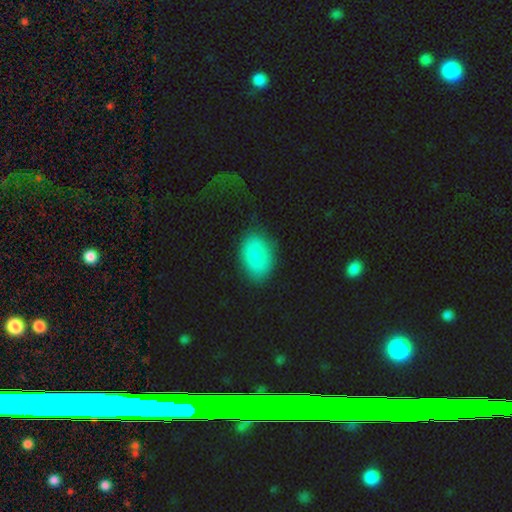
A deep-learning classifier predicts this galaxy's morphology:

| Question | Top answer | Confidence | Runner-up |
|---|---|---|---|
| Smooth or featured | smooth | 85% | featured or disk (8%) |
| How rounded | in between | 86% | round (13%) |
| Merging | none | 76% | minor disturbance (17%) |